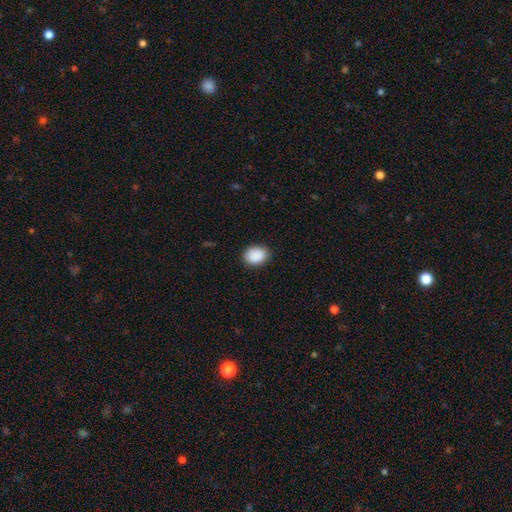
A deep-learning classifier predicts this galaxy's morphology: smooth-or-featured: smooth: 90% | star or artifact: 7% | featured or disk: 3%
  how-rounded: in between: 63% | round: 36% | cigar-shaped: 1%
  merging: none: 87% | minor disturbance: 10% | major disturbance: 2% | merger: 1%